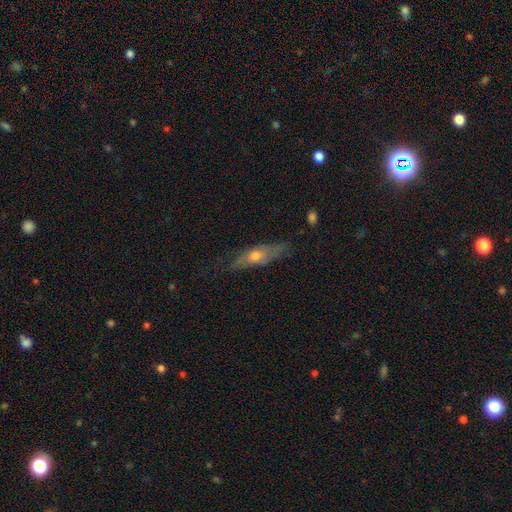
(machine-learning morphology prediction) smooth-or-featured: featured or disk: 53% | smooth: 40% | star or artifact: 7%
  disk-edge-on: yes: 65% | no: 35%
  merging: none: 65% | minor disturbance: 25% | major disturbance: 8% | merger: 2%